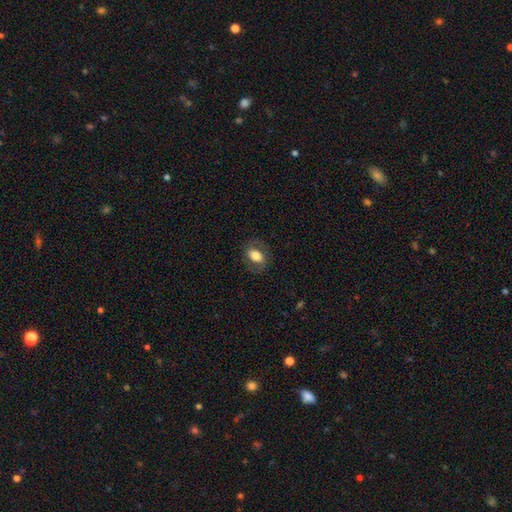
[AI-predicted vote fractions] Morphology: type=smooth (65%); roundness=in between (81%); merging=none (77%).